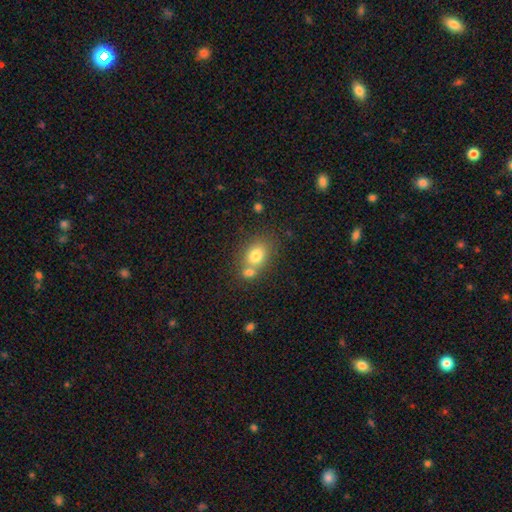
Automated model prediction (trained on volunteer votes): Smooth or featured? smooth (77%)
How rounded? in between (59%)
Merging? none (46%)